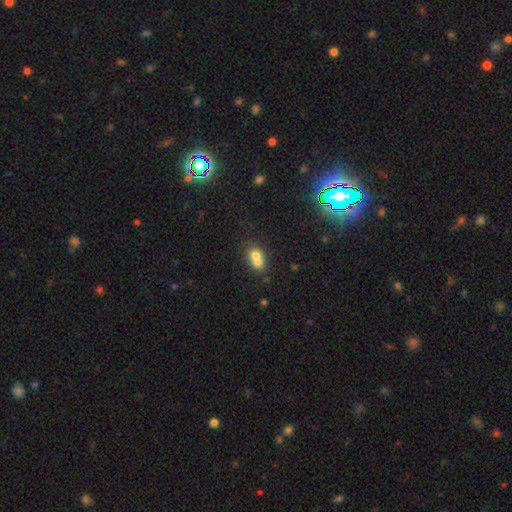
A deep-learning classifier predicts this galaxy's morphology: Smooth or featured?
  - smooth: 67% *
  - featured or disk: 21%
  - star or artifact: 12%
How rounded?
  - round: 61% *
  - in between: 38%
  - cigar-shaped: 1%
Merging?
  - merger: 67% *
  - none: 24%
  - minor disturbance: 6%
  - major disturbance: 3%